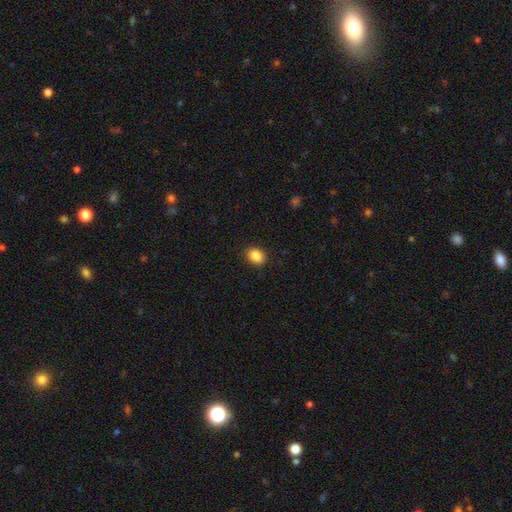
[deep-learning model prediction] The model was most divided on "how rounded": in between: 56%, round: 43%, cigar-shaped: 1%. More confident: merging — none (90%); smooth or featured — smooth (88%).